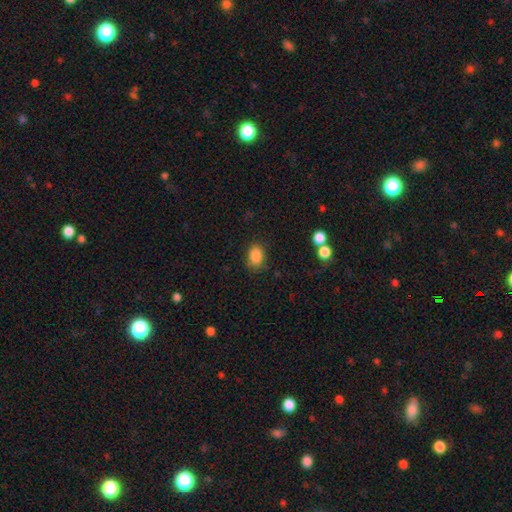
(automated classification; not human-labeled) This appears to be a smooth galaxy with no disk features (86%) that is in between round and cigar-shaped (75%). Merging: none (79%).